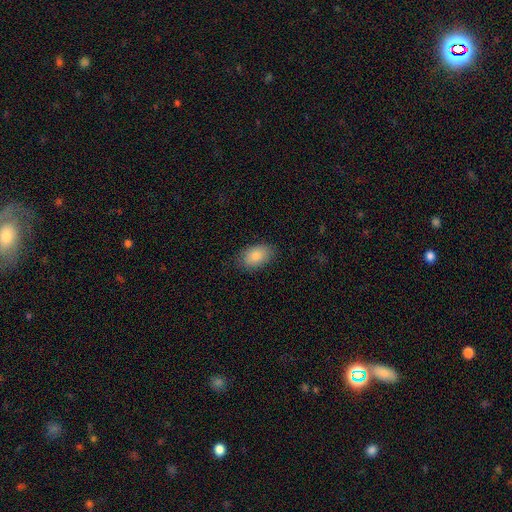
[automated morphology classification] smooth 86%, featured or disk 7%, star or artifact 7%. Down the decision tree: how rounded — in between (91%); merging — none (82%).